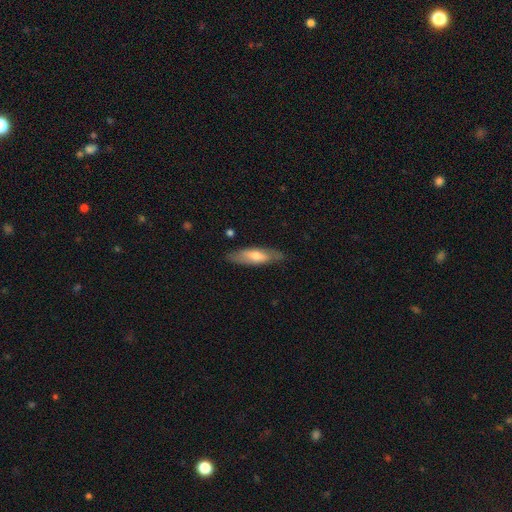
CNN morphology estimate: Smooth or featured?
  - smooth: 57% *
  - featured or disk: 37%
  - star or artifact: 5%
How rounded?
  - in between: 50% *
  - cigar-shaped: 48%
  - round: 2%
Merging?
  - none: 82% *
  - minor disturbance: 14%
  - major disturbance: 3%
  - merger: 1%